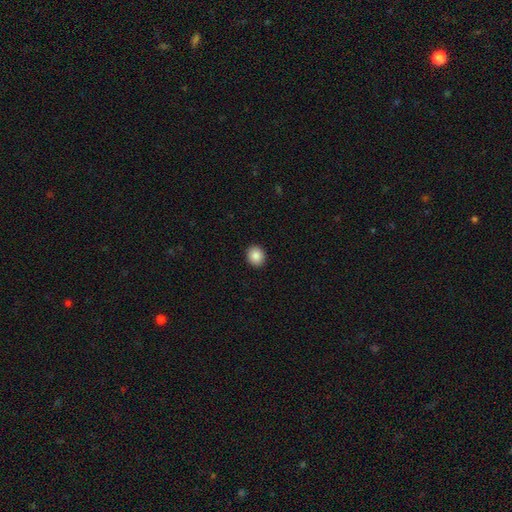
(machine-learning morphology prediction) This appears to be a smooth galaxy with no disk features (87%) that is round (74%). Merging: none (92%).